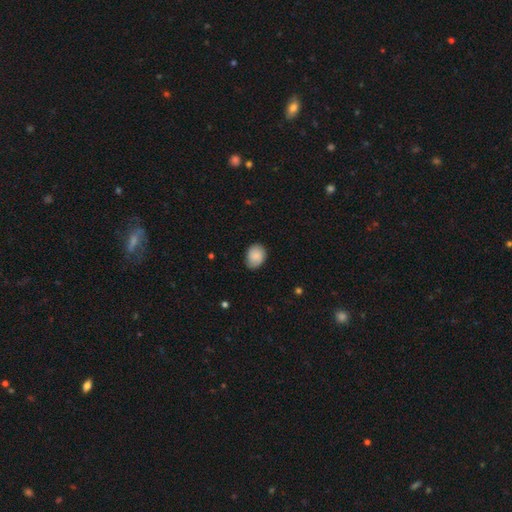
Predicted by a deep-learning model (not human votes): A smooth galaxy with no disk features (83%) that is in between round and cigar-shaped (59%).

Vote fractions:
- Smooth or featured? smooth: 83% / featured or disk: 10% / star or artifact: 7%
- How rounded? in between: 59% / round: 40% / cigar-shaped: 1%
- Merging? none: 74% / minor disturbance: 21% / major disturbance: 3% / merger: 1%